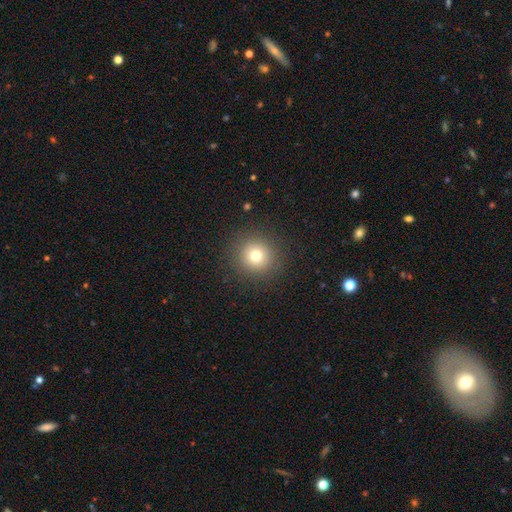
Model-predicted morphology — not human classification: smooth-or-featured: smooth: 76% | star or artifact: 14% | featured or disk: 10%
  how-rounded: round: 94% | in between: 5% | cigar-shaped: 1%
  merging: none: 90% | minor disturbance: 6% | major disturbance: 3% | merger: 1%